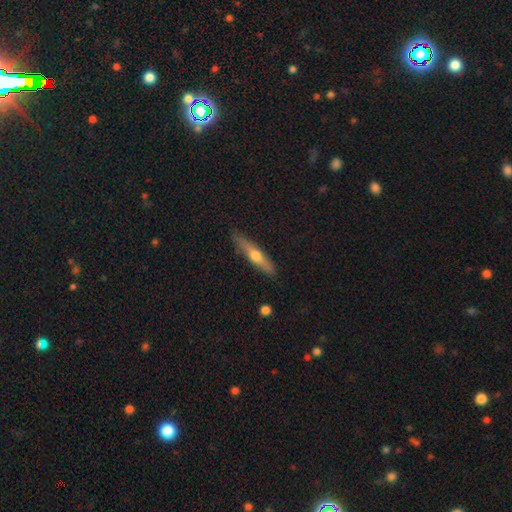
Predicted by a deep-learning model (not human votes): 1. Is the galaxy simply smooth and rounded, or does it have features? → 52% featured or disk, 42% smooth, 6% star or artifact.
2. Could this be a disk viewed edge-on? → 90% yes, 10% no.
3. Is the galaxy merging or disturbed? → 86% none, 11% minor disturbance, 2% major disturbance, 1% merger.